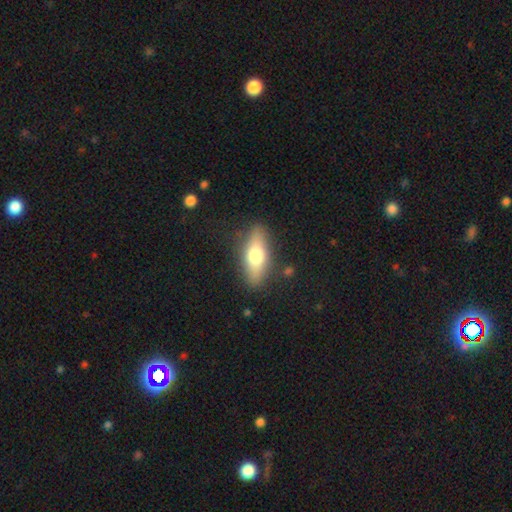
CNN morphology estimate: Smooth or featured? smooth (64%)
How rounded? in between (65%)
Merging? none (85%)